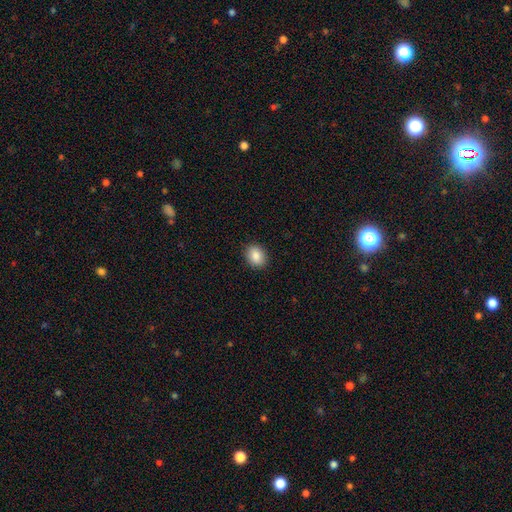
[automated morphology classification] smooth_or_featured: smooth (p=0.87) [alt: star or artifact p=0.08]
how_rounded: in between (p=0.58) [alt: round p=0.41]
merging: none (p=0.90) [alt: minor disturbance p=0.07]